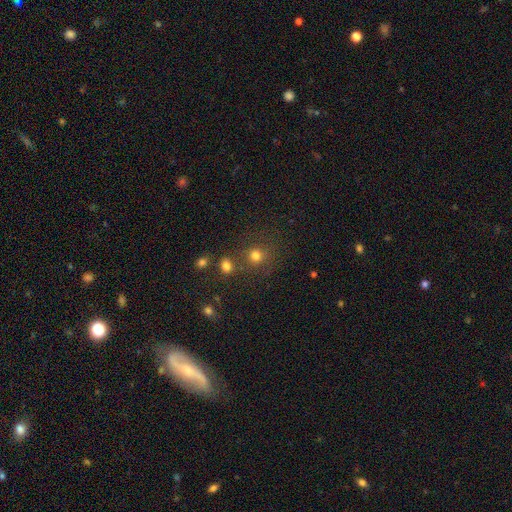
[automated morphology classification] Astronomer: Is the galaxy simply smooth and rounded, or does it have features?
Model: smooth — 76%.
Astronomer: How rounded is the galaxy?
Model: round — 88%.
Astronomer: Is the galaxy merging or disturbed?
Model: none — 71%.